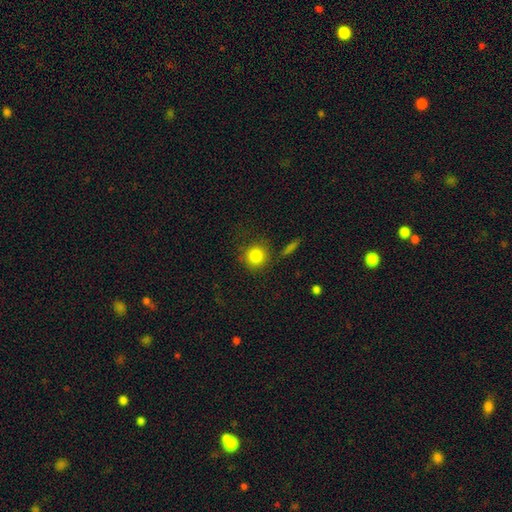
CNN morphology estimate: smooth-or-featured: smooth: 84% | star or artifact: 10% | featured or disk: 6%
  how-rounded: round: 91% | in between: 8% | cigar-shaped: 1%
  merging: none: 81% | minor disturbance: 11% | merger: 4% | major disturbance: 4%